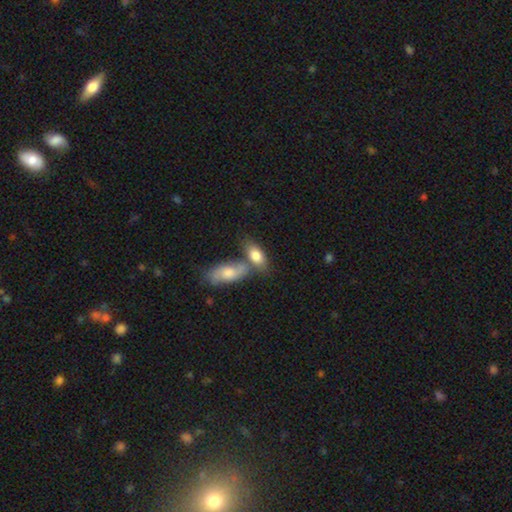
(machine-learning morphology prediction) Smooth or featured?
  - smooth: 78% *
  - featured or disk: 16%
  - star or artifact: 6%
How rounded?
  - in between: 86% *
  - cigar-shaped: 10%
  - round: 5%
Merging?
  - none: 43% *
  - merger: 41%
  - minor disturbance: 12%
  - major disturbance: 4%